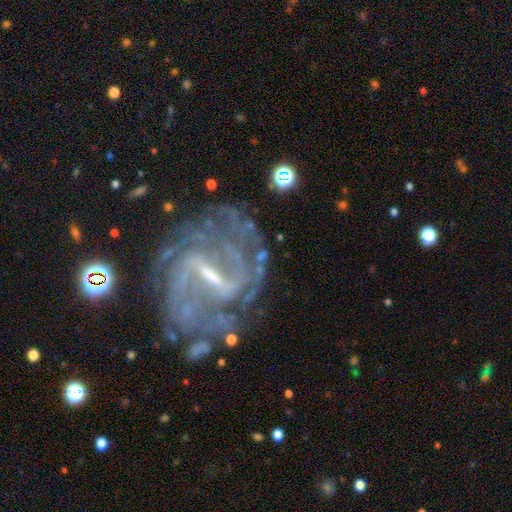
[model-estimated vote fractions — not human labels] A featured or disk galaxy (89%) with a strong bar (59%), 2 (33%) tight (48%) spiral arms (94%) and a small central bulge (51%). Merging: none (67%).